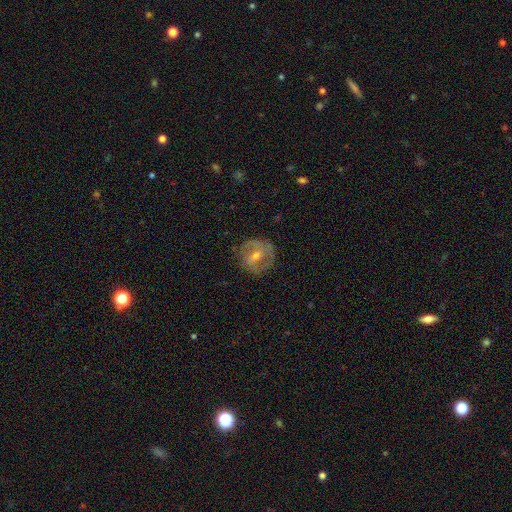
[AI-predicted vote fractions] This appears to be a featured or disk galaxy (65%) with a weak bar (43%), spiral arms (57%) and a moderate central bulge (56%). Merging: none (74%).